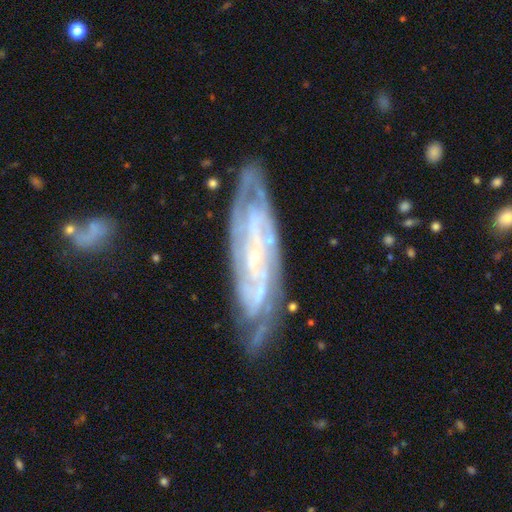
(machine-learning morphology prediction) The model was most divided on "spiral arm count": can't tell: 28%, 2: 26%, 3: 20%, 4: 14%, more than 4: 7%, 1: 5%. Remaining: spiral arms — yes (96%); smooth or featured — featured or disk (87%); edge-on disk — no (86%); bulge size — small (83%); merging — none (76%); spiral winding — tight (67%); bar — no (45%).